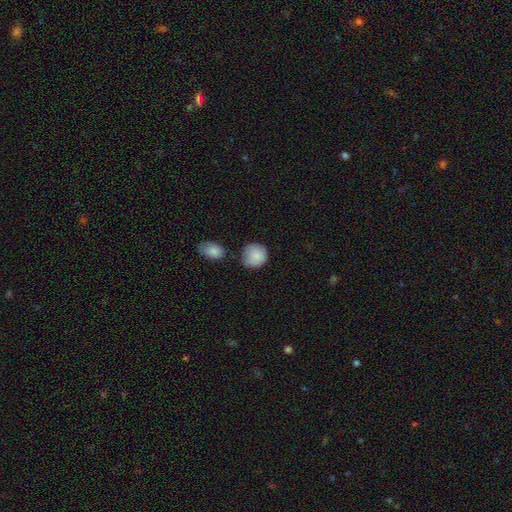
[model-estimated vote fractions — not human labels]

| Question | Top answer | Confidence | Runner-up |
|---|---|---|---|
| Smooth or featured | smooth | 88% | star or artifact (7%) |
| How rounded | round | 85% | in between (14%) |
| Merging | none | 64% | minor disturbance (24%) |